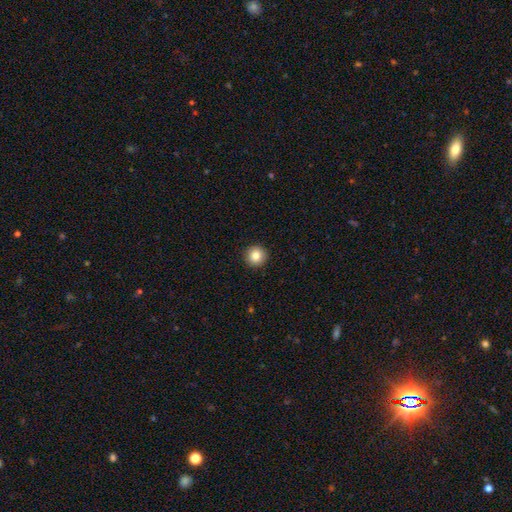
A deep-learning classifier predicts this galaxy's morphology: type=smooth (85%); roundness=round (95%); merging=none (93%).